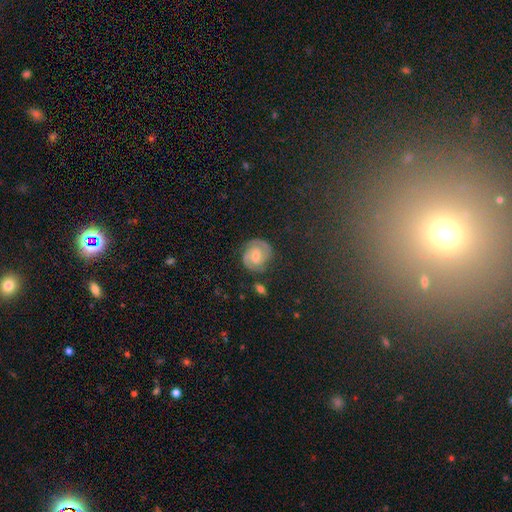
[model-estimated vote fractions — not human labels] Morphology: type=featured or disk (77%); edge-on=no (98%); bar=weak (51%); spiral arms=yes (96%); winding=tight (60%); arm count=2 (87%); bulge=moderate (45%); merging=none (80%).